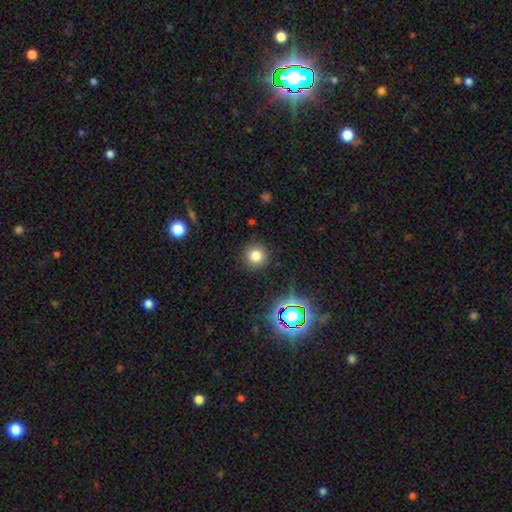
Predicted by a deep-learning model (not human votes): smooth 79%, star or artifact 15%, featured or disk 6%. Down the decision tree: how rounded — round (93%); merging — none (88%).